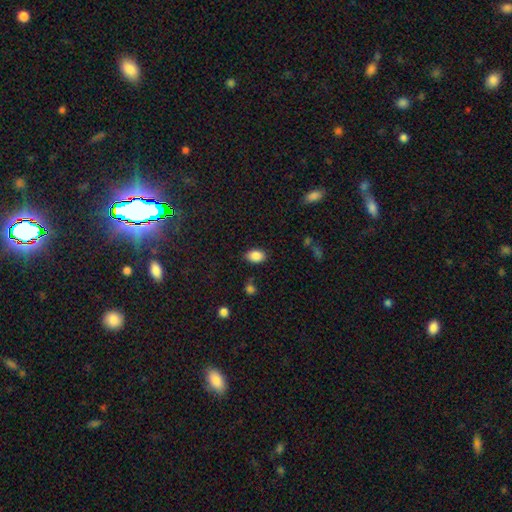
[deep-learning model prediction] smooth-or-featured: smooth: 87% | star or artifact: 9% | featured or disk: 4%
  how-rounded: in between: 84% | round: 15% | cigar-shaped: 1%
  merging: none: 83% | minor disturbance: 12% | major disturbance: 3% | merger: 2%